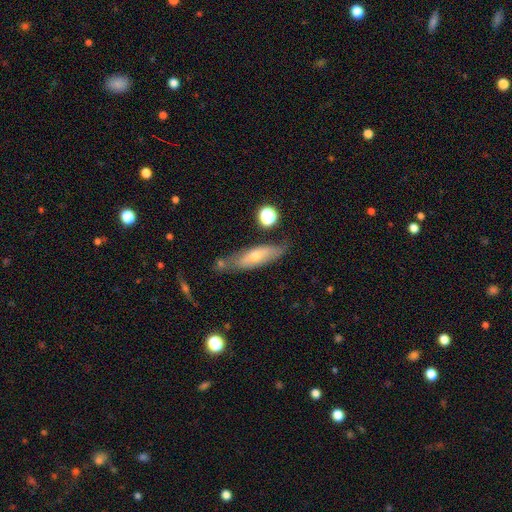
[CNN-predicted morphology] smooth 47%, featured or disk 45%, star or artifact 8%. Down the decision tree: merging — none (64%).